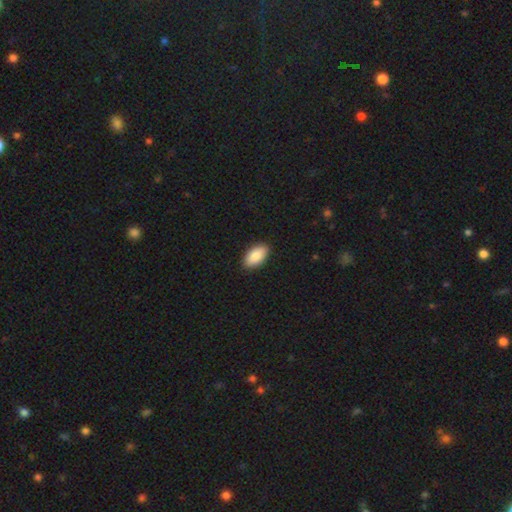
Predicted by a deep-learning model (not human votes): A smooth galaxy with no disk features (88%) that is in between round and cigar-shaped (94%). Merging: none (90%).